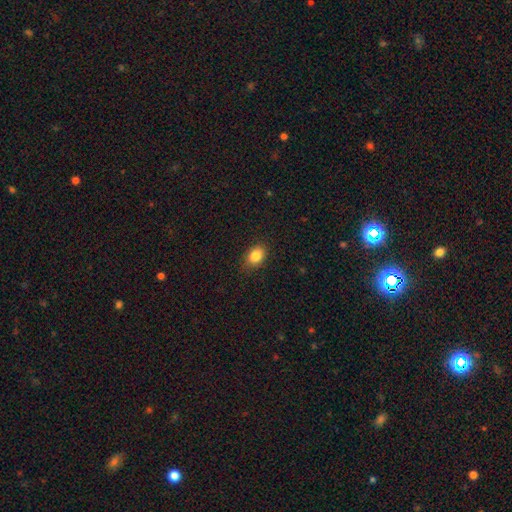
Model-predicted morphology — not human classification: Overall: smooth (85%). How rounded: in between (71%). Merging: none (86%).